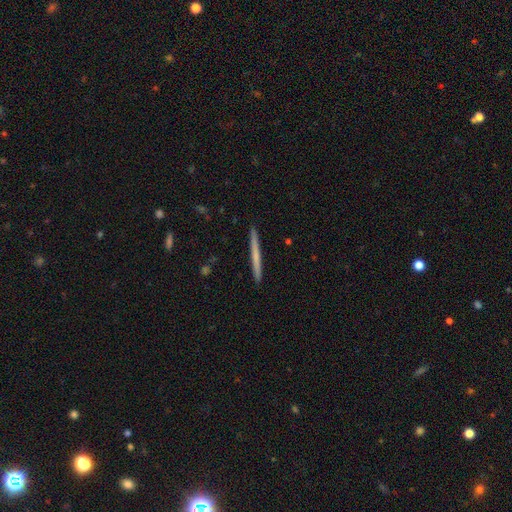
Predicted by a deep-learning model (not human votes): smooth_or_featured: smooth (p=0.55) [alt: featured or disk p=0.40]
how_rounded: cigar-shaped (p=0.97) [alt: in between p=0.01]
merging: none (p=0.93) [alt: minor disturbance p=0.05]